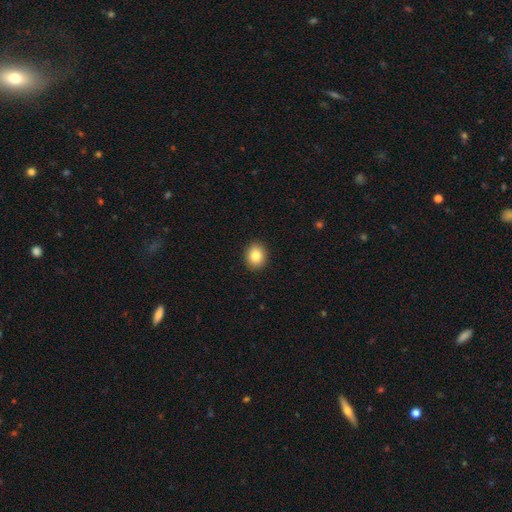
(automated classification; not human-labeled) Morphology: type=smooth (84%); roundness=round (62%); merging=none (91%).